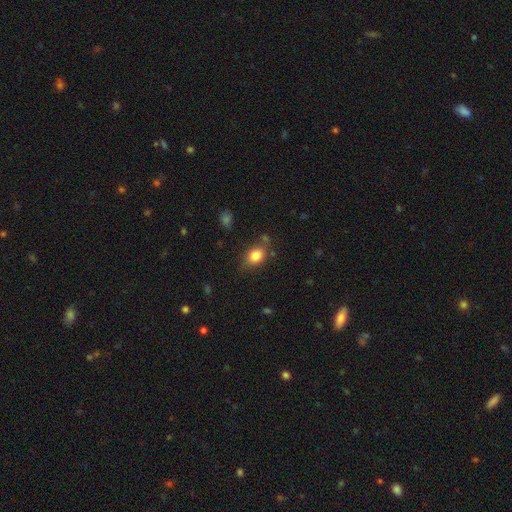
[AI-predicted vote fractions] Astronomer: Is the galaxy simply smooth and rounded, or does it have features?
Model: smooth — 83%.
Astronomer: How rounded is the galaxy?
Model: in between — 65%.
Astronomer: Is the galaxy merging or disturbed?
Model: none — 70%.